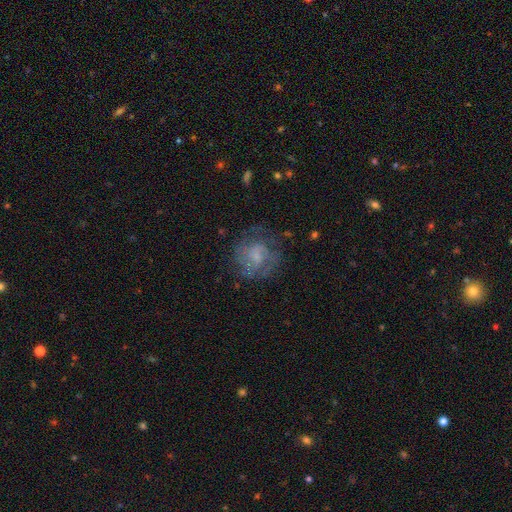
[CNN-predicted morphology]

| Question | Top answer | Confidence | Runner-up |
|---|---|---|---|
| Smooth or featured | featured or disk | 58% | smooth (32%) |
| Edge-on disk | no | 98% | yes (2%) |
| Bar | no | 62% | weak (33%) |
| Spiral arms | yes | 72% | no (28%) |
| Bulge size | small | 52% | none (23%) |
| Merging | none | 64% | minor disturbance (19%) |